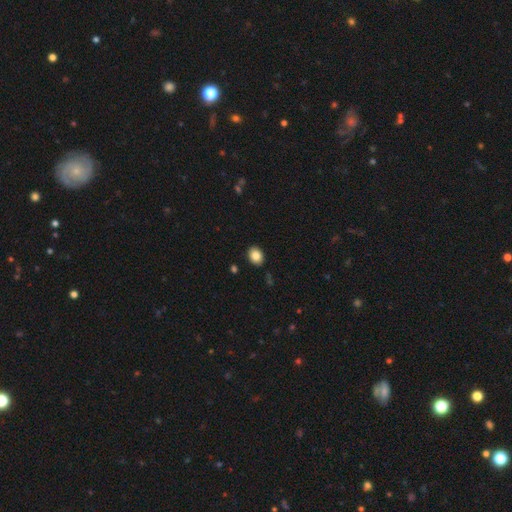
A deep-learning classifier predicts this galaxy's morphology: A smooth galaxy with no disk features (86%) that is in between round and cigar-shaped (60%).

Vote fractions:
- Smooth or featured? smooth: 86% / star or artifact: 9% / featured or disk: 6%
- How rounded? in between: 60% / round: 39% / cigar-shaped: 1%
- Merging? none: 89% / minor disturbance: 7% / major disturbance: 2% / merger: 1%